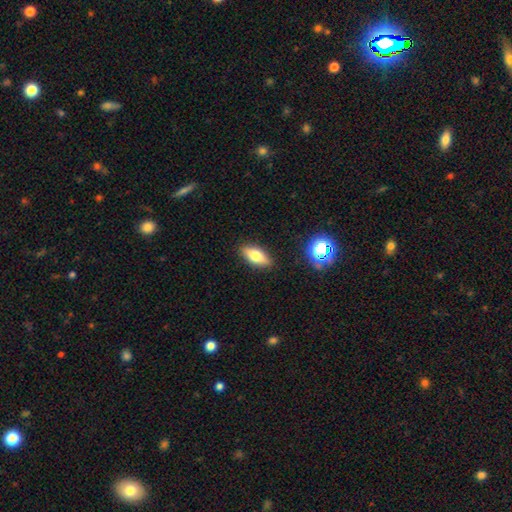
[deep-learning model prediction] A smooth galaxy with no disk features (64%) that is in between round and cigar-shaped (75%).

Vote fractions:
- Smooth or featured? smooth: 64% / featured or disk: 27% / star or artifact: 9%
- How rounded? in between: 75% / cigar-shaped: 21% / round: 4%
- Merging? none: 87% / minor disturbance: 9% / major disturbance: 2% / merger: 2%